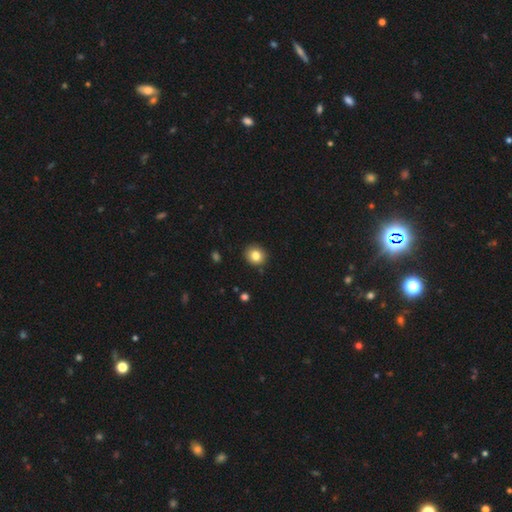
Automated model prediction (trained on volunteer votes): Q: Smooth or featured?
A: smooth (83%); runner-up: star or artifact (10%)
Q: How rounded?
A: round (80%); runner-up: in between (19%)
Q: Merging?
A: none (89%); runner-up: minor disturbance (8%)